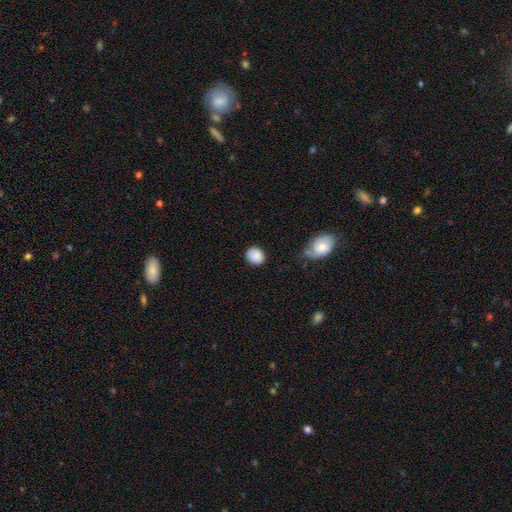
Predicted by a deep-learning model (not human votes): Smooth or featured? Predicted: smooth (p=0.87). How rounded? Predicted: round (p=0.71). Merging? Predicted: none (p=0.82).